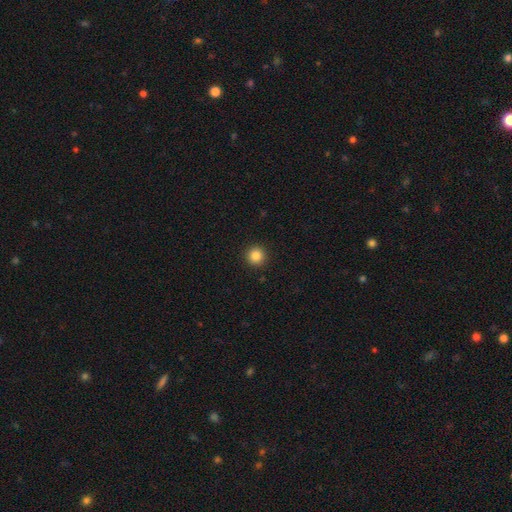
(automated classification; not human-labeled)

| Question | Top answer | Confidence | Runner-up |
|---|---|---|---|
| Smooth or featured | smooth | 85% | star or artifact (11%) |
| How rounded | round | 95% | in between (4%) |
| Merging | none | 93% | minor disturbance (4%) |